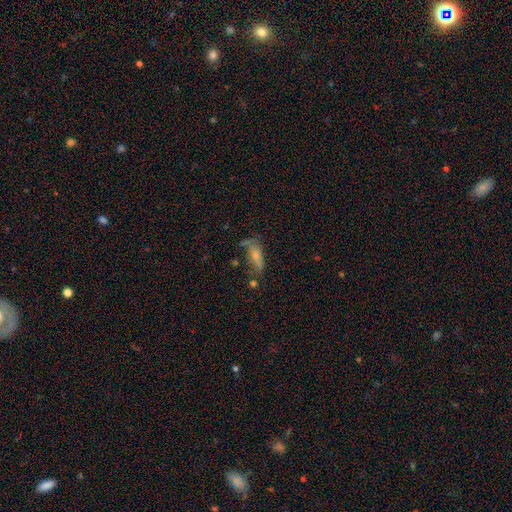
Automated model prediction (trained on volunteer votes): Smooth or featured: smooth — 56% (featured or disk — 33%)
How rounded: in between — 65% (cigar-shaped — 31%)
Merging: none — 43% (minor disturbance — 26%)